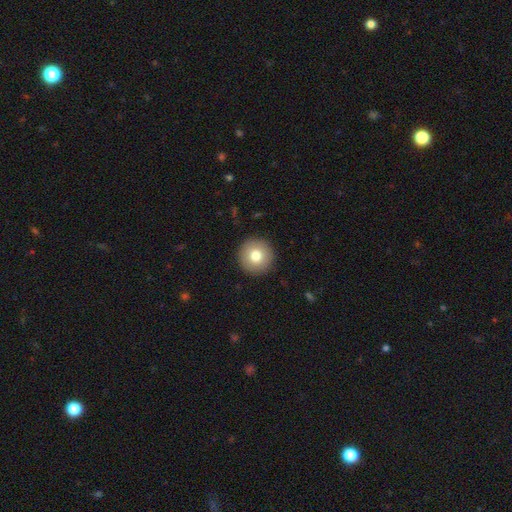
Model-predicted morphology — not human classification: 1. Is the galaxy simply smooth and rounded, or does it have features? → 78% smooth, 13% featured or disk, 9% star or artifact.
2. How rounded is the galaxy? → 96% round, 3% in between, 1% cigar-shaped.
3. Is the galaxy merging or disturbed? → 92% none, 5% minor disturbance, 2% major disturbance, 1% merger.